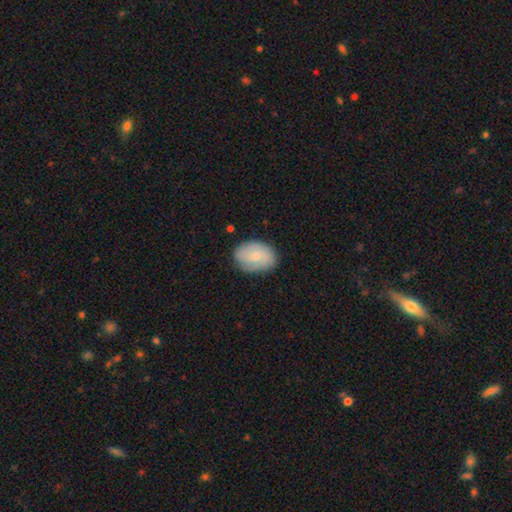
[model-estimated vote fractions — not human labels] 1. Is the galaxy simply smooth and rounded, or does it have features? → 57% smooth, 36% featured or disk, 7% star or artifact.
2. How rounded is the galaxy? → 77% in between, 21% round, 1% cigar-shaped.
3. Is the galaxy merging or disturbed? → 77% none, 17% minor disturbance, 4% major disturbance, 1% merger.